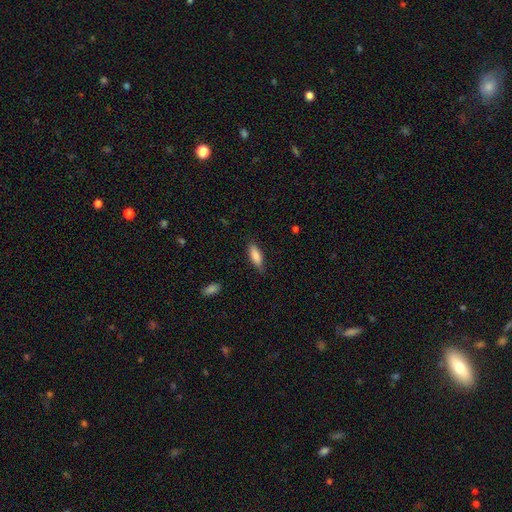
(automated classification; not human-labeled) A smooth galaxy with no disk features (85%) that is in between round and cigar-shaped (64%).

Vote fractions:
- Smooth or featured? smooth: 85% / featured or disk: 8% / star or artifact: 6%
- How rounded? in between: 64% / cigar-shaped: 34% / round: 2%
- Merging? none: 78% / minor disturbance: 17% / major disturbance: 3% / merger: 1%